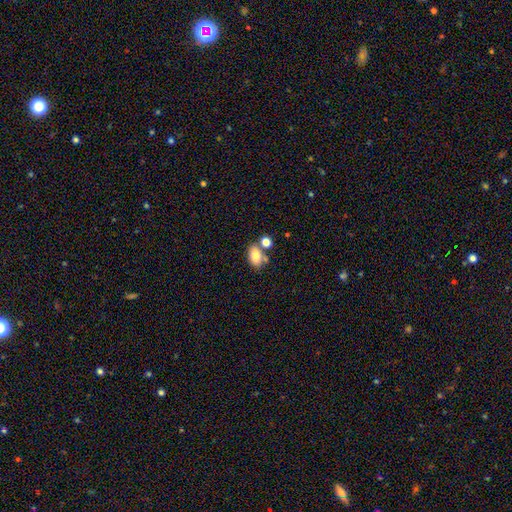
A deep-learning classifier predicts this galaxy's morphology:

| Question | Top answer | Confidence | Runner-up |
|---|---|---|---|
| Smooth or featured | smooth | 81% | featured or disk (10%) |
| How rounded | in between | 86% | round (13%) |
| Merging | none | 55% | merger (27%) |